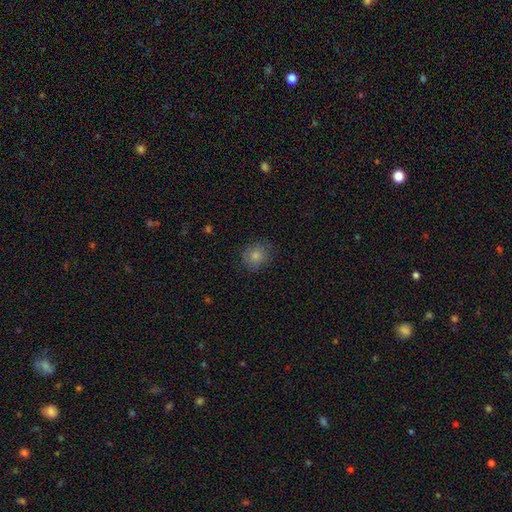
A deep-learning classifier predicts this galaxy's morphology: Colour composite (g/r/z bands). It shows a smooth galaxy with no disk features (82%) that is round (79%). Merging: none (79%).